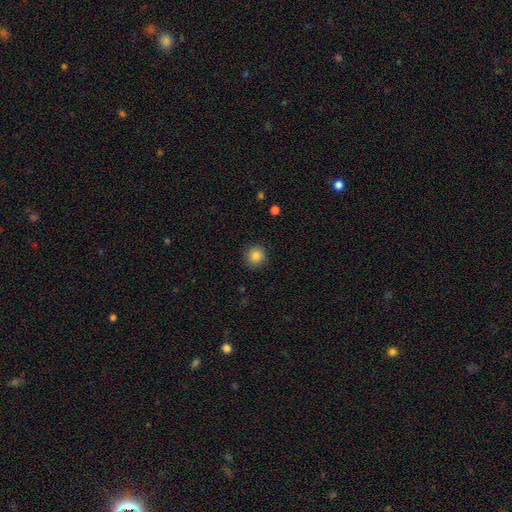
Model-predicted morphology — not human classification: smooth 85%, star or artifact 10%, featured or disk 4%. Down the decision tree: how rounded — round (92%); merging — none (89%).